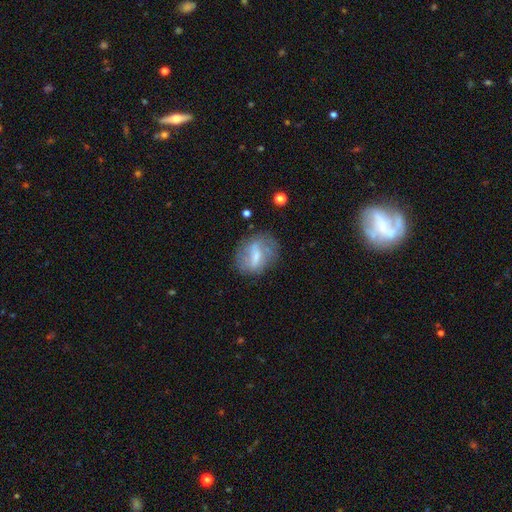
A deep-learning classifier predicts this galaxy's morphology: Smooth or featured?
  - featured or disk: 53% *
  - smooth: 37%
  - star or artifact: 9%
Edge-on disk?
  - no: 95% *
  - yes: 5%
Bar?
  - weak: 43% *
  - strong: 38%
  - no: 18%
Spiral arms?
  - yes: 51% *
  - no: 49%
Bulge size?
  - small: 34% *
  - moderate: 30%
  - none: 29%
  - large: 6%
  - dominant: 1%
Merging?
  - none: 63% *
  - minor disturbance: 22%
  - major disturbance: 13%
  - merger: 3%